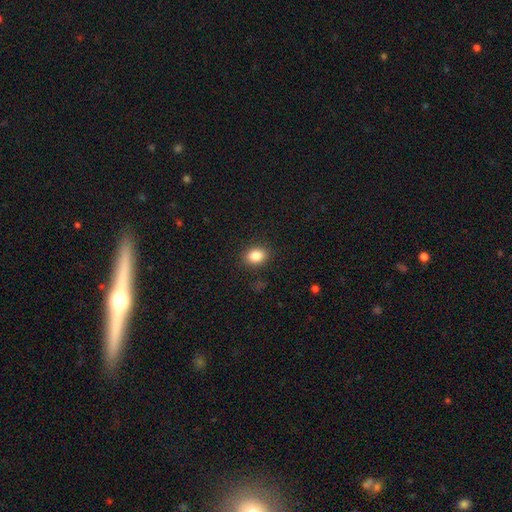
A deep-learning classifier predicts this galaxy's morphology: Smooth or featured: smooth — 85% (star or artifact — 9%)
How rounded: in between — 63% (round — 36%)
Merging: none — 88% (minor disturbance — 8%)